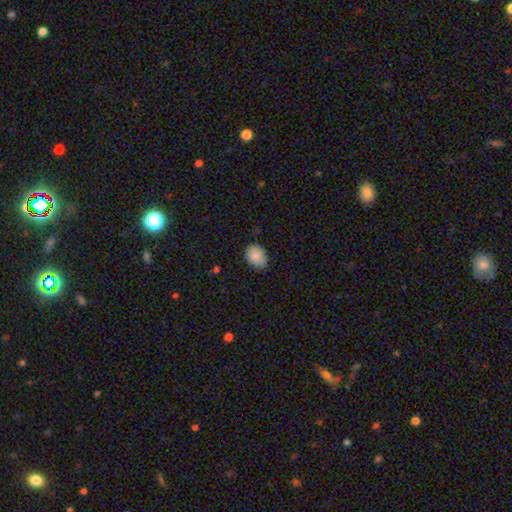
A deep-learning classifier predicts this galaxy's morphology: smooth_or_featured: smooth (p=0.87) [alt: star or artifact p=0.07]
how_rounded: in between (p=0.70) [alt: round p=0.29]
merging: none (p=0.80) [alt: minor disturbance p=0.17]